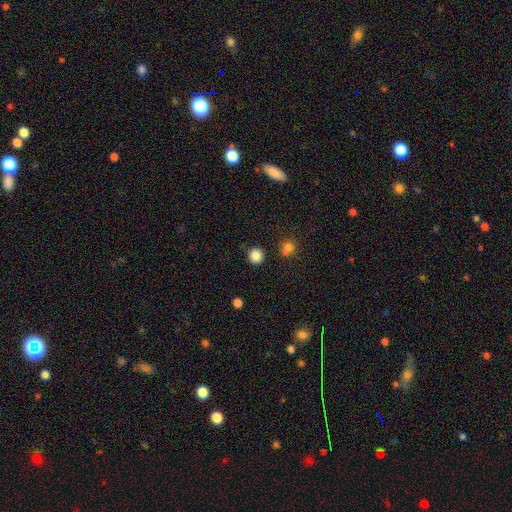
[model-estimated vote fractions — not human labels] A smooth galaxy with no disk features (85%) that is round (92%).

Vote fractions:
- Smooth or featured? smooth: 85% / star or artifact: 11% / featured or disk: 4%
- How rounded? round: 92% / in between: 7% / cigar-shaped: 1%
- Merging? none: 86% / minor disturbance: 7% / merger: 4% / major disturbance: 2%